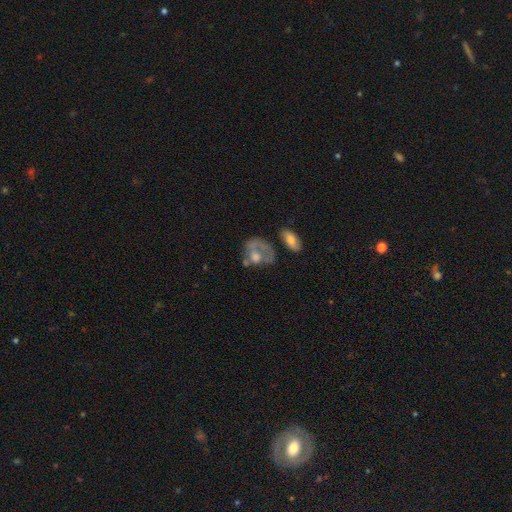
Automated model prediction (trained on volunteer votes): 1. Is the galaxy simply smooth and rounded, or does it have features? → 51% featured or disk, 37% smooth, 12% star or artifact.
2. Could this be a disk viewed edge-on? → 95% no, 5% yes.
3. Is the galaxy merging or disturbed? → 33% major disturbance, 30% none, 19% merger, 18% minor disturbance.